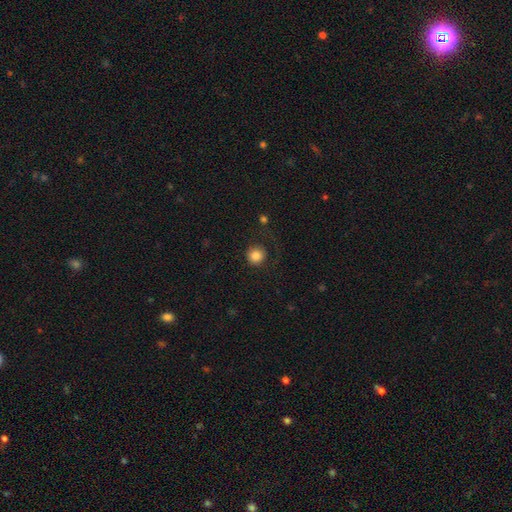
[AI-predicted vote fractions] Smooth or featured: smooth — 84% (star or artifact — 10%)
How rounded: round — 94% (in between — 5%)
Merging: none — 82% (minor disturbance — 10%)